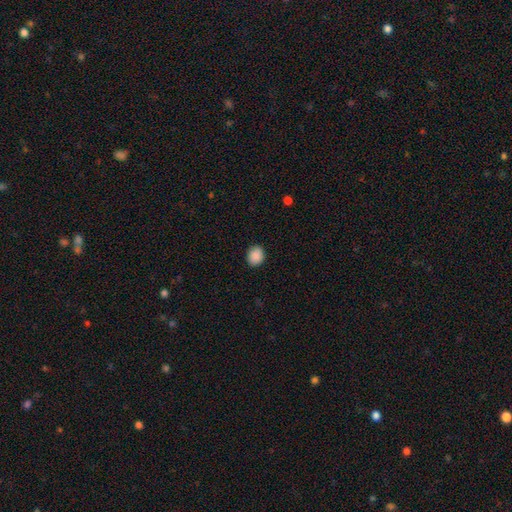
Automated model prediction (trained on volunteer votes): Smooth or featured: smooth — 89% (star or artifact — 8%)
How rounded: round — 63% (in between — 37%)
Merging: none — 89% (minor disturbance — 8%)